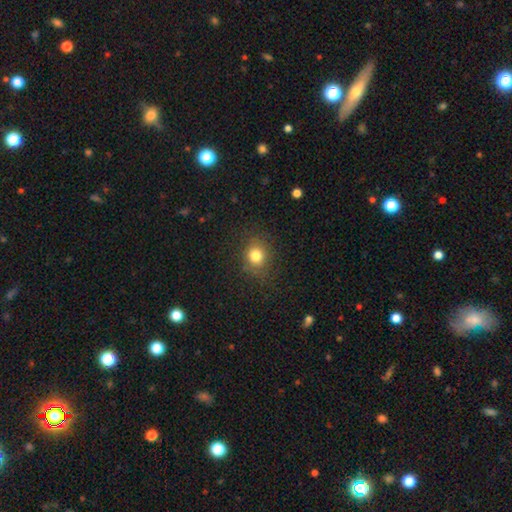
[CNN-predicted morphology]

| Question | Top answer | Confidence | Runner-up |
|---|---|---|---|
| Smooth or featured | smooth | 80% | star or artifact (13%) |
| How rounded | round | 77% | in between (22%) |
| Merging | none | 82% | minor disturbance (12%) |